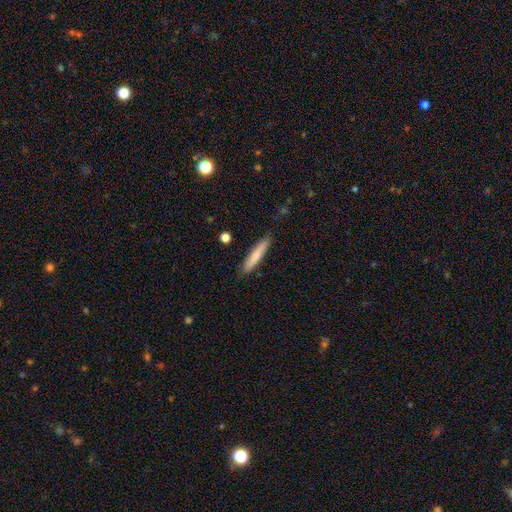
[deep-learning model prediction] Overall: smooth (73%). How rounded: cigar-shaped (89%). Merging: none (86%).